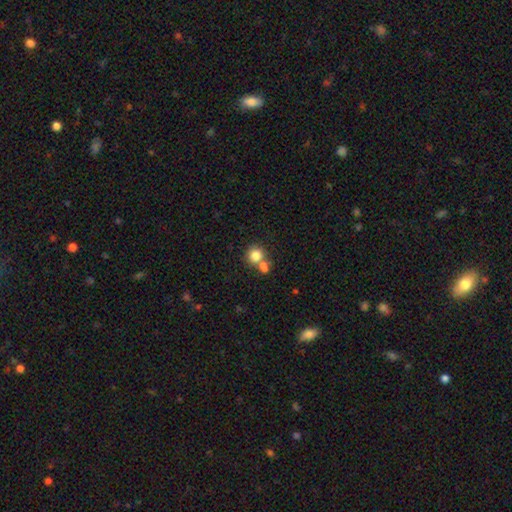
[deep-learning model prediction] Smooth or featured?
  - smooth: 81% *
  - star or artifact: 11%
  - featured or disk: 9%
How rounded?
  - round: 88% *
  - in between: 11%
  - cigar-shaped: 1%
Merging?
  - none: 53% *
  - merger: 35%
  - minor disturbance: 8%
  - major disturbance: 3%